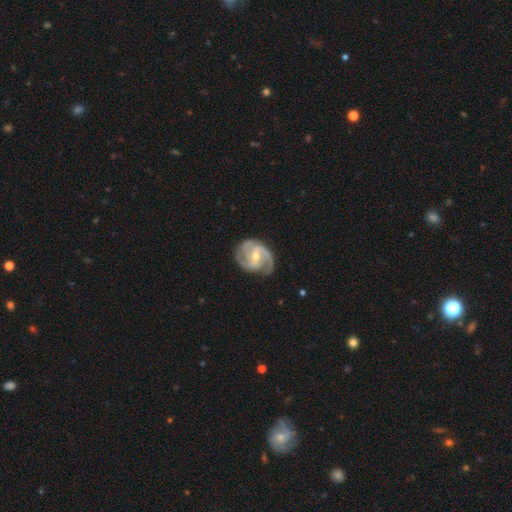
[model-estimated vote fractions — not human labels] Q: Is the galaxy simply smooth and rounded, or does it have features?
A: featured or disk — 91%.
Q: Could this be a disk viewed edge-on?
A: no — 98%.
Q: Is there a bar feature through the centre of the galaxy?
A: weak — 48%.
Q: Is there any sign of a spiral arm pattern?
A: yes — 98%.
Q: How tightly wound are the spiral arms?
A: medium — 49%.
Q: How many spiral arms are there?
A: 2 — 46%.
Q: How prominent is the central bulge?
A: moderate — 52%.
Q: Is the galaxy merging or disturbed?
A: none — 74%.